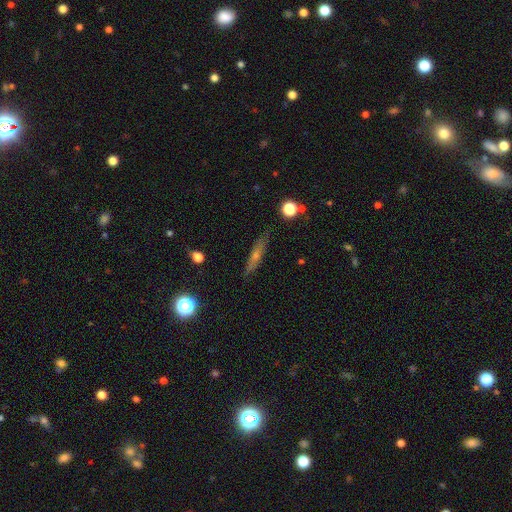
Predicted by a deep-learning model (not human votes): This appears to be a featured or disk galaxy (47%). Merging: none (86%).